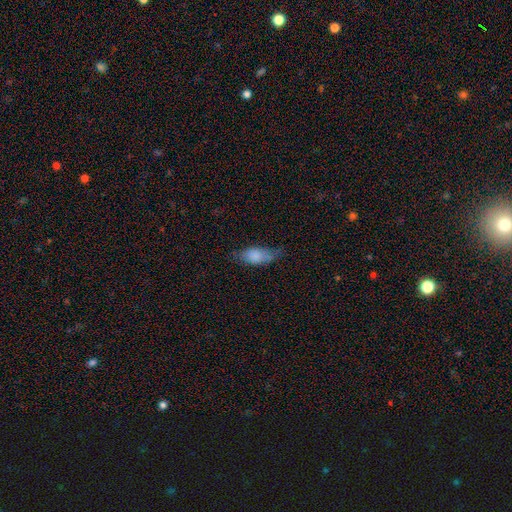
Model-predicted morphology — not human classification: Smooth or featured? smooth (79%)
How rounded? in between (83%)
Merging? none (54%)